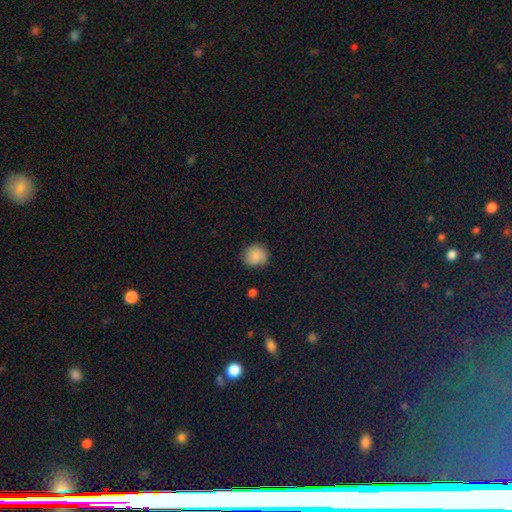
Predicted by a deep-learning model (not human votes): A smooth galaxy with no disk features (85%) that is round (86%). Merging: none (79%).